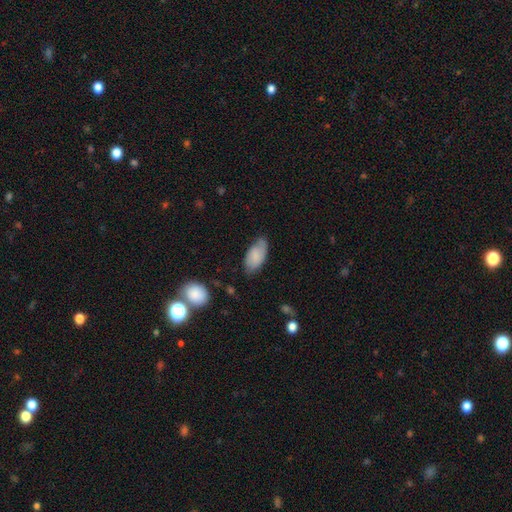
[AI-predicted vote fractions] smooth 78%, featured or disk 15%, star or artifact 6%. Down the decision tree: how rounded — in between (93%); merging — none (64%).